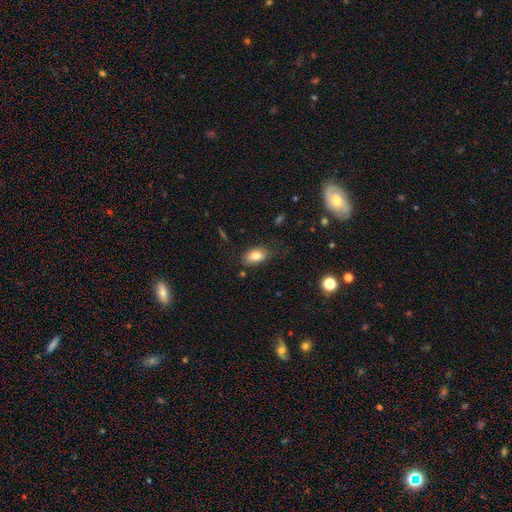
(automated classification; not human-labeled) smooth 82%, featured or disk 10%, star or artifact 9%. Down the decision tree: how rounded — in between (90%); merging — none (73%).